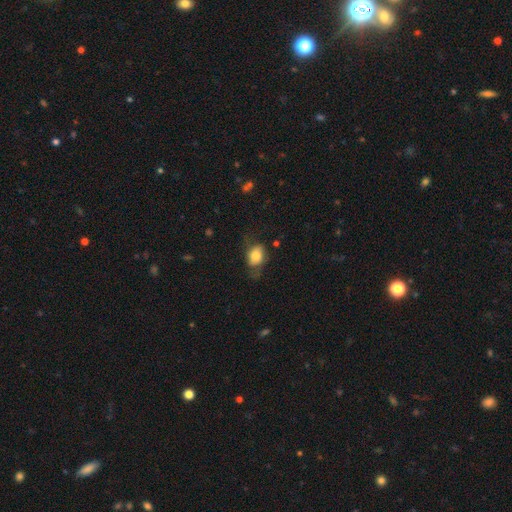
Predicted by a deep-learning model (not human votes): Smooth or featured: smooth — 74% (featured or disk — 18%)
How rounded: in between — 70% (round — 29%)
Merging: none — 53% (minor disturbance — 29%)